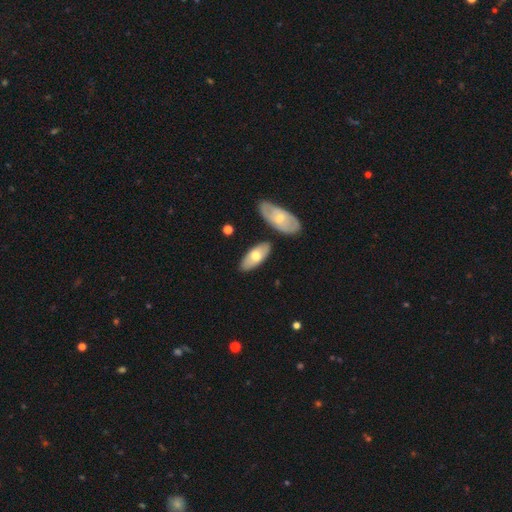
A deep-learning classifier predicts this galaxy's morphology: A smooth galaxy with no disk features (64%) that is in between round and cigar-shaped (86%).

Vote fractions:
- Smooth or featured? smooth: 64% / featured or disk: 31% / star or artifact: 5%
- How rounded? in between: 86% / cigar-shaped: 12% / round: 2%
- Merging? none: 79% / minor disturbance: 11% / merger: 7% / major disturbance: 3%